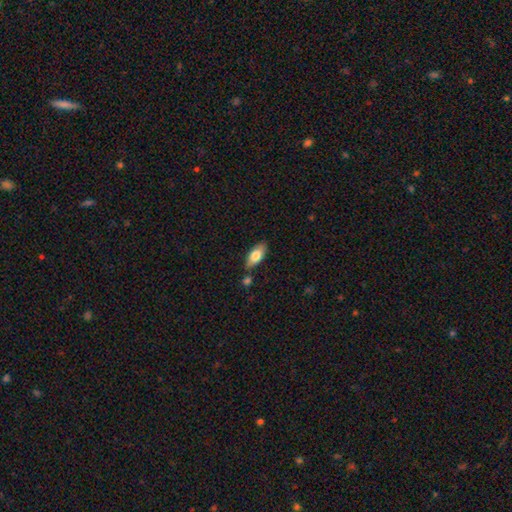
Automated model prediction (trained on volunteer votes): This is likely a smooth galaxy (76%). How rounded: clearly in between (84%). Merging: likely none (75%).